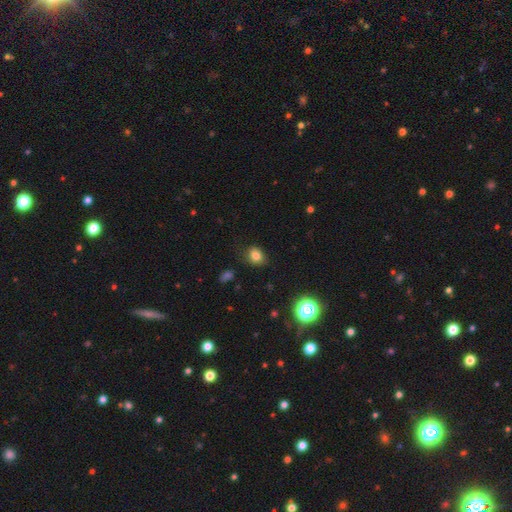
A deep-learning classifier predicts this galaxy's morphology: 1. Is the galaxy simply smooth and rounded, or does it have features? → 79% smooth, 13% star or artifact, 7% featured or disk.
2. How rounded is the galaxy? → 51% in between, 48% round, 1% cigar-shaped.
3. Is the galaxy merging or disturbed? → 73% none, 20% minor disturbance, 6% major disturbance, 2% merger.